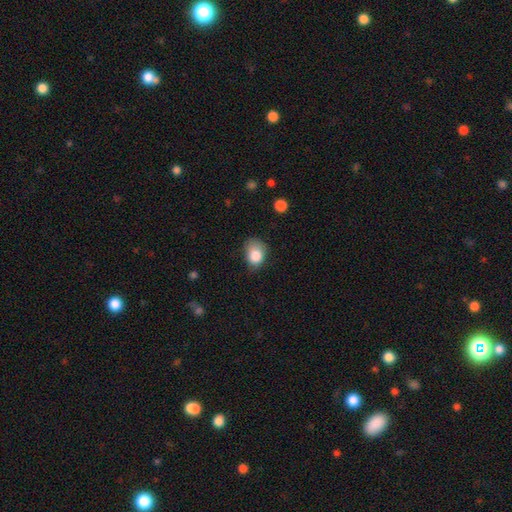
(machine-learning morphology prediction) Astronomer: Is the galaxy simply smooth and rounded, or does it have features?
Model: smooth — 81%.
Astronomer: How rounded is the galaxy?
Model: in between — 61% (runner-up: round, 38%).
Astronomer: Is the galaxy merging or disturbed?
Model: none — 48% (runner-up: minor disturbance, 37%).